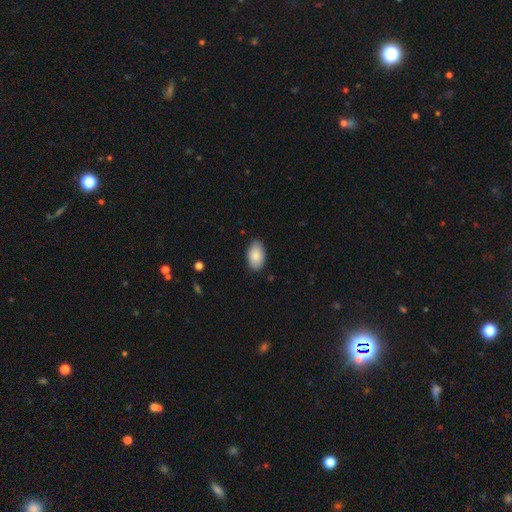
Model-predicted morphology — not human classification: A smooth galaxy with no disk features (87%) that is in between round and cigar-shaped (94%). Merging: none (85%).